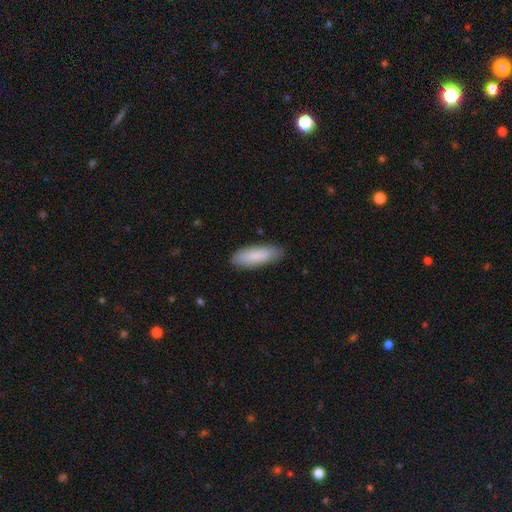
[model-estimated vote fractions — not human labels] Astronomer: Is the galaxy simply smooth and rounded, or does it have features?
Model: smooth — 86%.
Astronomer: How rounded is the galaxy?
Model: in between — 62%.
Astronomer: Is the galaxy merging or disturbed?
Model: none — 85%.